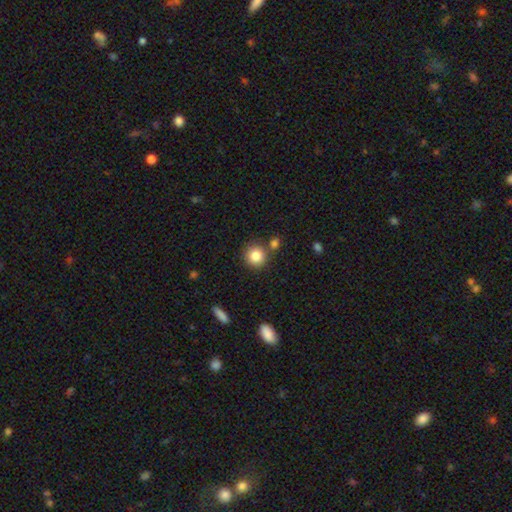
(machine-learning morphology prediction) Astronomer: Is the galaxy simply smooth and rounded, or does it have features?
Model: smooth — 84%.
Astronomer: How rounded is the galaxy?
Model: round — 92%.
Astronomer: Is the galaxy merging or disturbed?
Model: none — 77%.